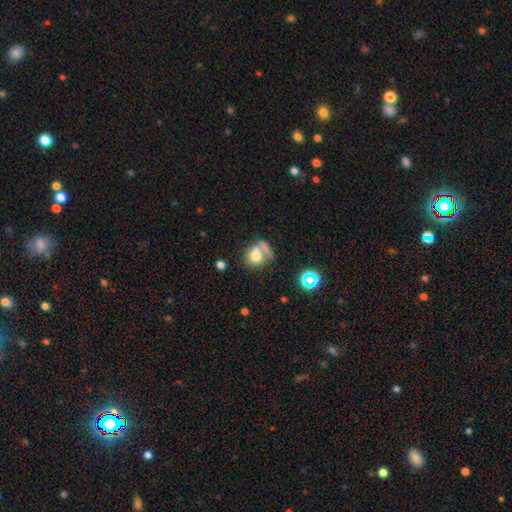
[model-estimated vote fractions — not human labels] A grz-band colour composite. It shows a smooth galaxy with no disk features (69%) that is round (68%). Merging: merger (38%).